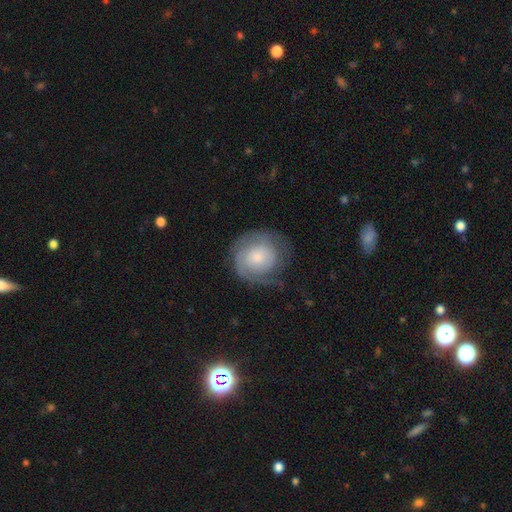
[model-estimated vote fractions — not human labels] Smooth or featured? Predicted: featured or disk (p=0.61). Edge-on disk? Predicted: no (p=0.97). Bar? Predicted: no (p=0.78). Spiral arms? Predicted: yes (p=0.84). Bulge size? Predicted: small (p=0.45). Merging? Predicted: none (p=0.67).